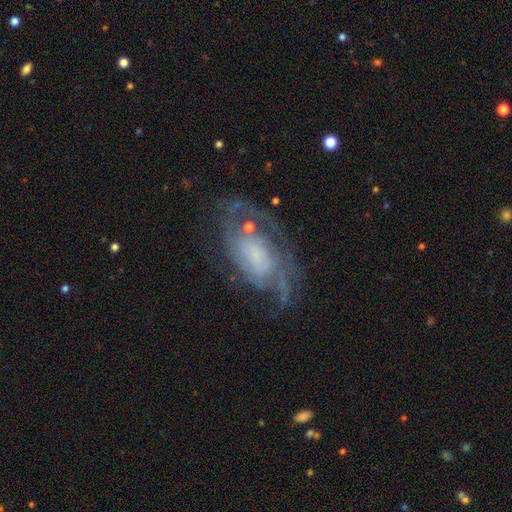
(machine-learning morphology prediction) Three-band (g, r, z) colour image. It shows a featured or disk galaxy (82%) with no bar (64%), 2 (53%) medium (43%) spiral arms (91%) and no central bulge (31%). Merging: none (60%).